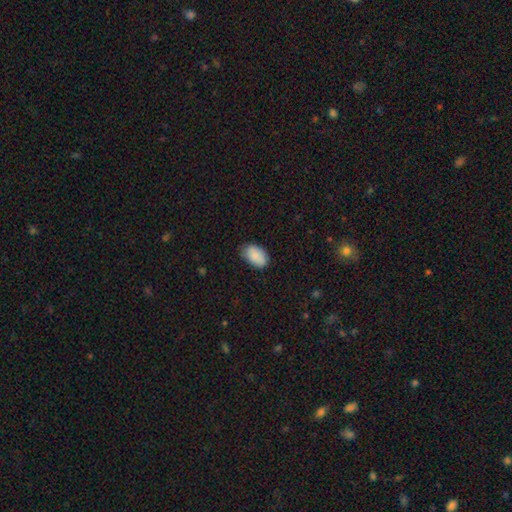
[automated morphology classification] type=smooth (88%); roundness=in between (92%); merging=none (78%).